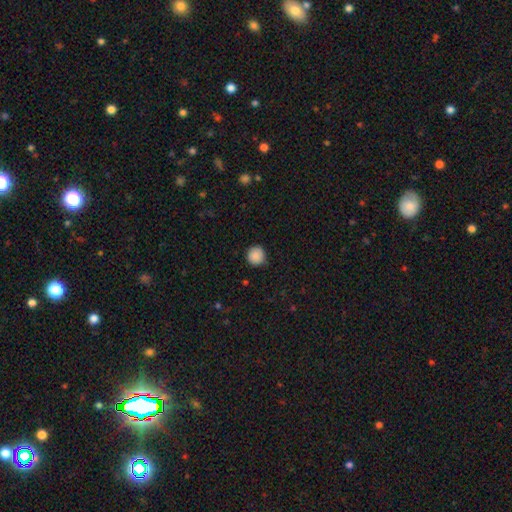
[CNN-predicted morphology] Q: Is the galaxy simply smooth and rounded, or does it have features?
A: smooth — 88%.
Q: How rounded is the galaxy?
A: round — 94%.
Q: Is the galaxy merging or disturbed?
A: none — 88%.